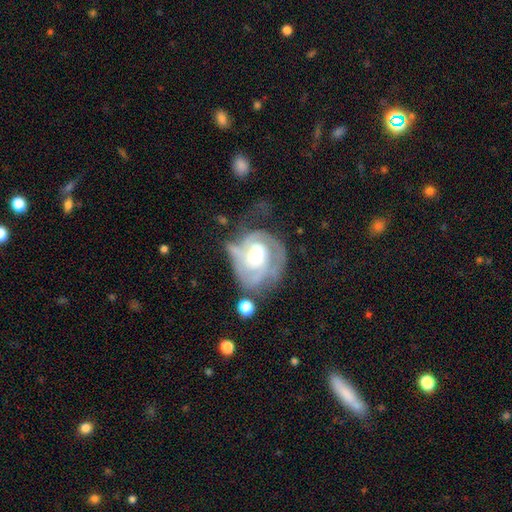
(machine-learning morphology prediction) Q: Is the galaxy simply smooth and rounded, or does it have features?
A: featured or disk — 79%.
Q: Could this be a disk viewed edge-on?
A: no — 97%.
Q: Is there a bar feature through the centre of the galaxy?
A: no — 66%.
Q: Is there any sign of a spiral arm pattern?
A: yes — 87%.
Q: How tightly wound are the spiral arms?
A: tight — 56%.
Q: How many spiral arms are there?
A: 2 — 35%.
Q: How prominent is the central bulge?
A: moderate — 49%.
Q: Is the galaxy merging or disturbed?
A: none — 37%.